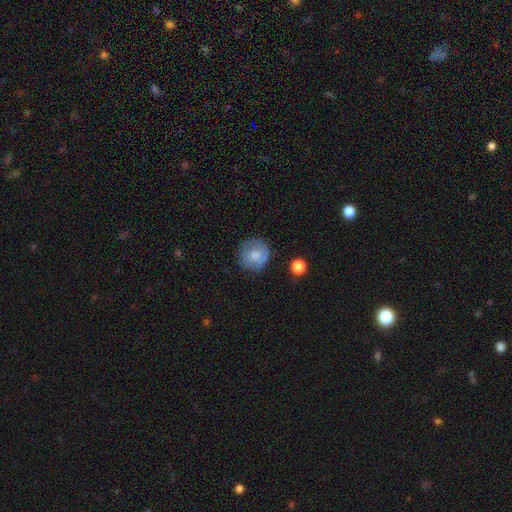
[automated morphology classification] Q: Smooth or featured?
A: smooth (70%); runner-up: featured or disk (22%)
Q: How rounded?
A: round (91%); runner-up: in between (8%)
Q: Merging?
A: none (71%); runner-up: minor disturbance (20%)